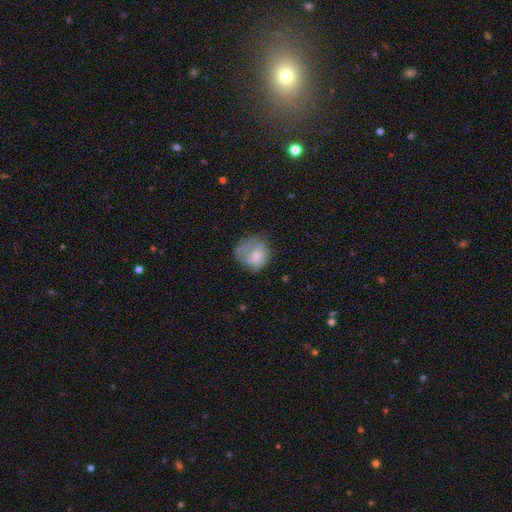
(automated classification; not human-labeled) This is possibly a smooth galaxy (60%). How rounded: likely round (67%). Merging: marginally none (39%).